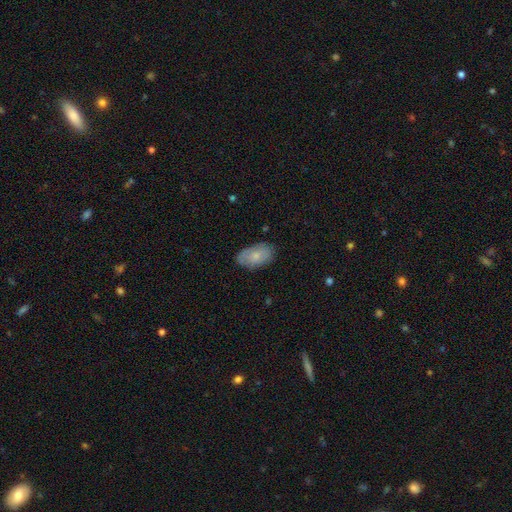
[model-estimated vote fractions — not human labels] Q: Smooth or featured?
A: smooth (68%); runner-up: featured or disk (26%)
Q: How rounded?
A: in between (93%); runner-up: round (6%)
Q: Merging?
A: none (76%); runner-up: minor disturbance (19%)